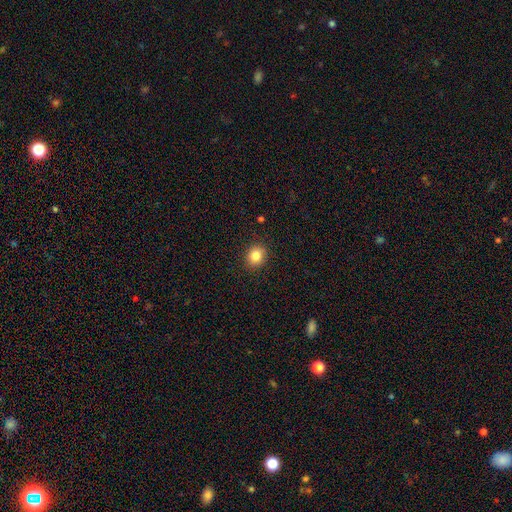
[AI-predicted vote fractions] A smooth galaxy with no disk features (84%) that is round (67%).

Vote fractions:
- Smooth or featured? smooth: 84% / star or artifact: 10% / featured or disk: 6%
- How rounded? round: 67% / in between: 32% / cigar-shaped: 1%
- Merging? none: 90% / minor disturbance: 7% / major disturbance: 2% / merger: 1%